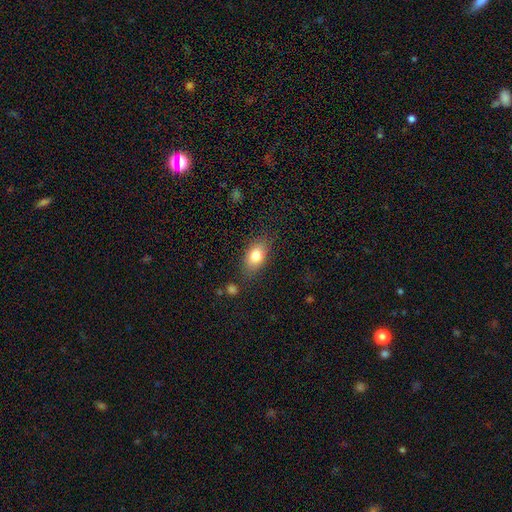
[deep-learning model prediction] This appears to be a smooth galaxy with no disk features (80%) that is in between round and cigar-shaped (85%). Merging: none (78%).